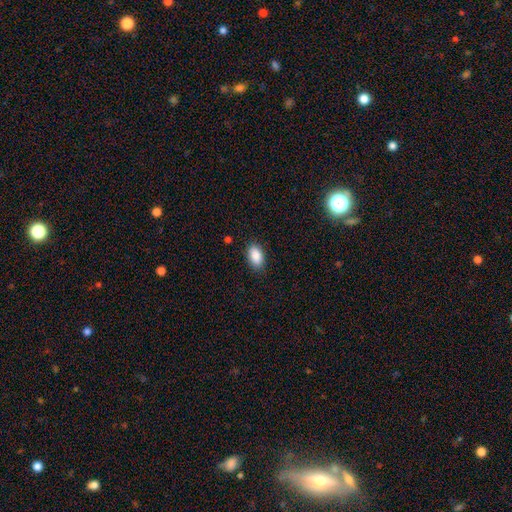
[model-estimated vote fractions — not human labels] Smooth or featured?
  - smooth: 89% *
  - star or artifact: 7%
  - featured or disk: 4%
How rounded?
  - in between: 92% *
  - round: 6%
  - cigar-shaped: 2%
Merging?
  - none: 85% *
  - minor disturbance: 11%
  - major disturbance: 2%
  - merger: 1%